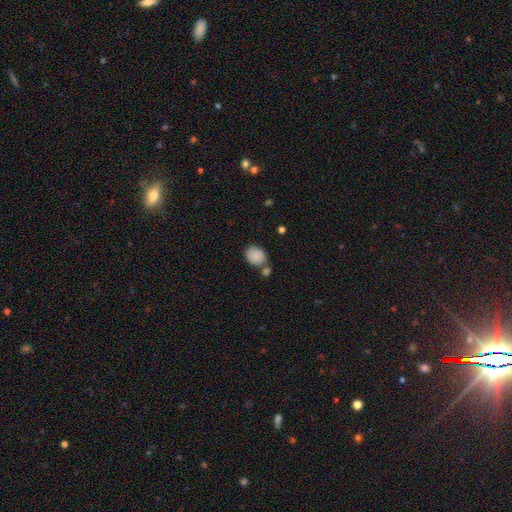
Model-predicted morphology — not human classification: Q: Smooth or featured?
A: smooth (86%); runner-up: star or artifact (7%)
Q: How rounded?
A: in between (54%); runner-up: round (45%)
Q: Merging?
A: none (55%); runner-up: merger (26%)